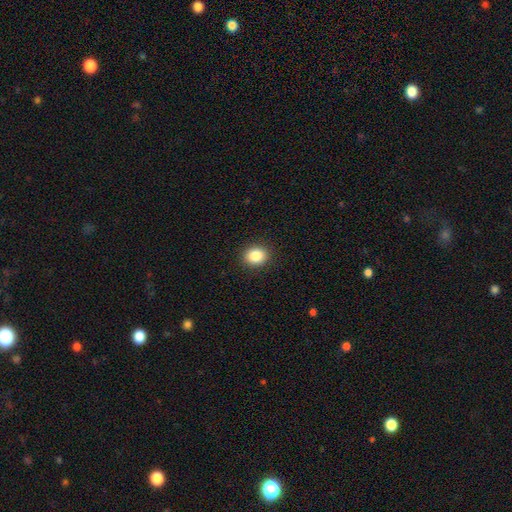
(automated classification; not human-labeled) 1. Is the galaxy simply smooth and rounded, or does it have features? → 86% smooth, 9% star or artifact, 5% featured or disk.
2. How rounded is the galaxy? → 65% round, 35% in between, 1% cigar-shaped.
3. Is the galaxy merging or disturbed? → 91% none, 6% minor disturbance, 2% major disturbance, 1% merger.